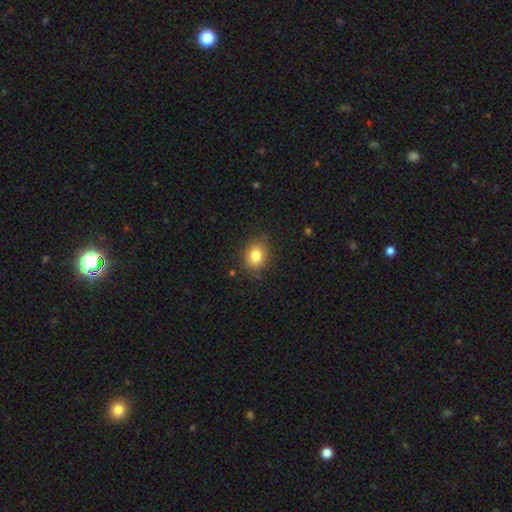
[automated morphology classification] A smooth galaxy with no disk features (83%) that is round (55%). Merging: none (82%).